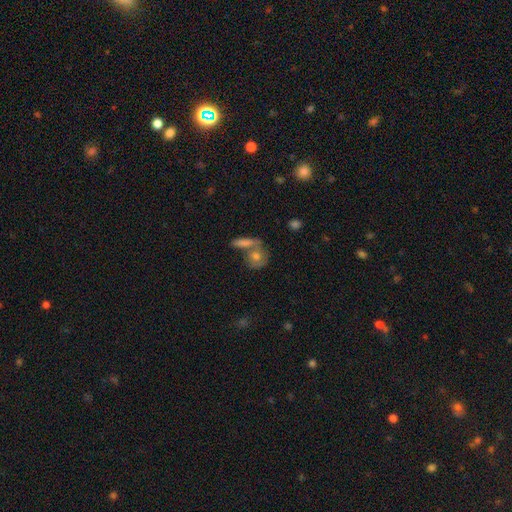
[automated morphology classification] Smooth or featured? Predicted: smooth (p=0.53). How rounded? Predicted: round (p=0.59). Merging? Predicted: none (p=0.51).